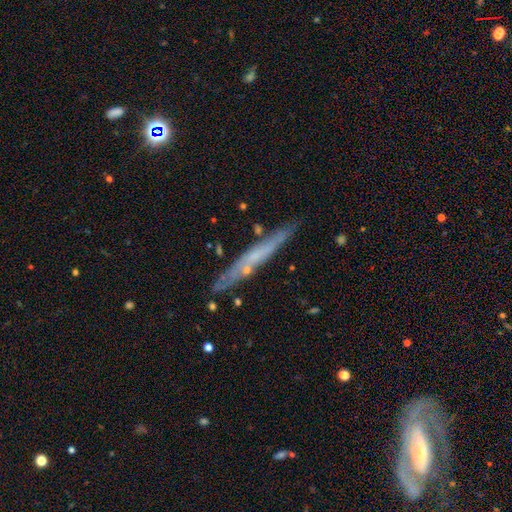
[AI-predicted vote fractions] The model was most divided on "smooth or featured": featured or disk: 57%, smooth: 35%, star or artifact: 7%. More confident: edge-on disk — yes (88%); merging — none (81%); edge-on bulge — none (73%).